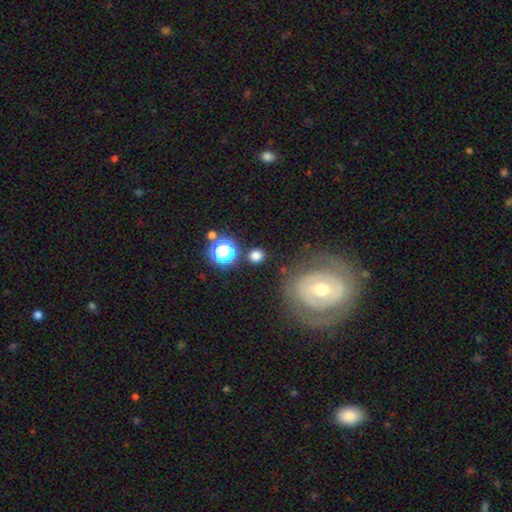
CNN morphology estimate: smooth 78%, star or artifact 15%, featured or disk 8%. Down the decision tree: how rounded — round (85%); merging — none (82%).